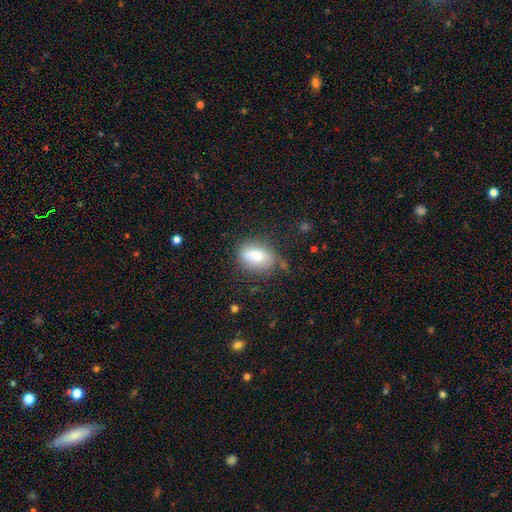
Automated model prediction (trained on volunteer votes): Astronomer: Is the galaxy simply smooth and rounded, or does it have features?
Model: smooth — 80%.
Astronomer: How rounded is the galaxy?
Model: in between — 79%.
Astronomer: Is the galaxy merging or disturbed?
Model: none — 61%.